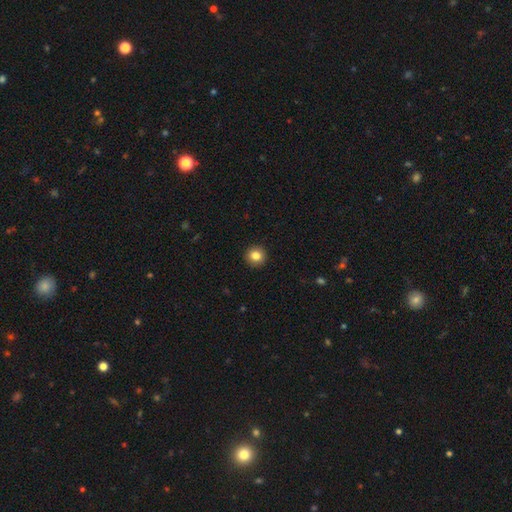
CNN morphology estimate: A smooth galaxy with no disk features (84%) that is round (93%).

Vote fractions:
- Smooth or featured? smooth: 84% / star or artifact: 10% / featured or disk: 6%
- How rounded? round: 93% / in between: 6% / cigar-shaped: 1%
- Merging? none: 93% / minor disturbance: 5% / major disturbance: 2% / merger: 1%